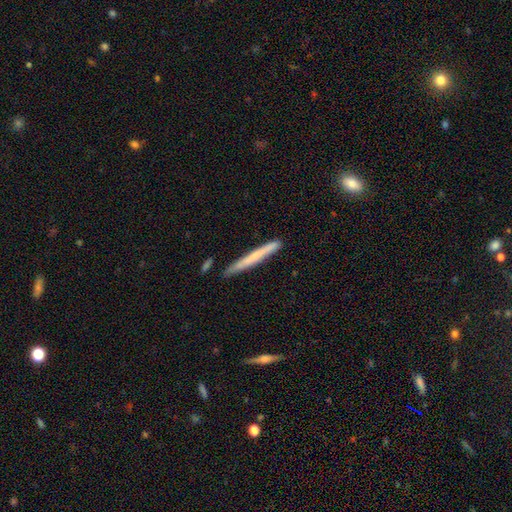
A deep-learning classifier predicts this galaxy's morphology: A smooth galaxy with no disk features (59%) that is cigar-shaped (97%).

Vote fractions:
- Smooth or featured? smooth: 59% / featured or disk: 34% / star or artifact: 6%
- How rounded? cigar-shaped: 97% / in between: 2% / round: 1%
- Merging? none: 83% / minor disturbance: 13% / merger: 2% / major disturbance: 2%